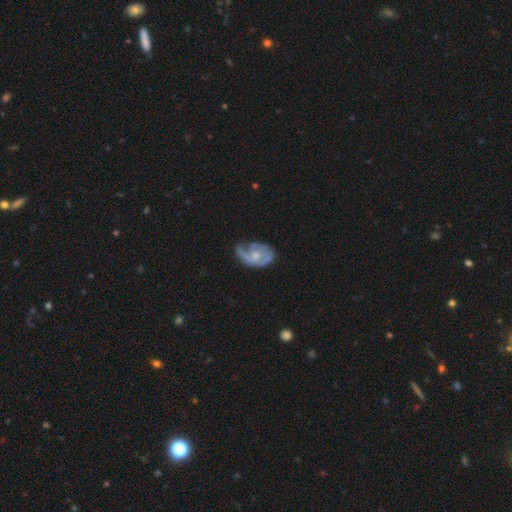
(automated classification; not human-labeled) The model was most divided on "spiral arm count": 2: 38%, 1: 34%, can't tell: 18%, 3: 6%, 4: 2%, more than 4: 2%. Remaining: edge-on disk — no (97%); spiral arms — yes (82%); bar — no (74%); smooth or featured — featured or disk (70%); bulge size — small (49%); merging — none (44%); spiral winding — medium (40%).